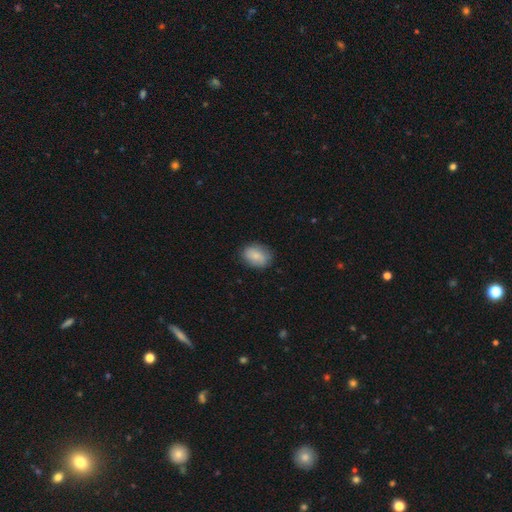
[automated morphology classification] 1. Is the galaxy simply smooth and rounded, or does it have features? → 82% smooth, 11% featured or disk, 7% star or artifact.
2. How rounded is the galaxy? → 72% in between, 27% round, 1% cigar-shaped.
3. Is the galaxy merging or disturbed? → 81% none, 15% minor disturbance, 3% major disturbance, 1% merger.